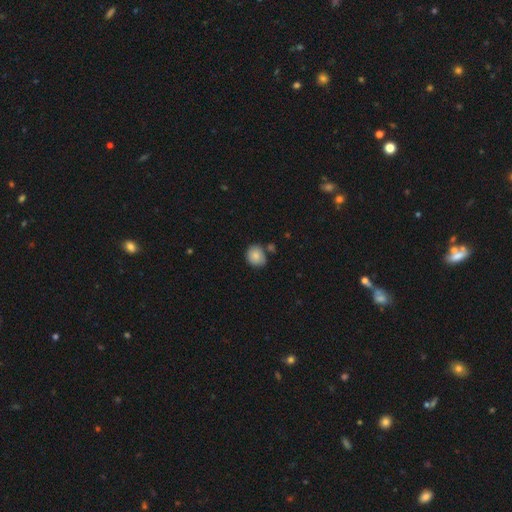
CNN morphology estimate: A smooth galaxy with no disk features (83%) that is round (79%).

Vote fractions:
- Smooth or featured? smooth: 83% / featured or disk: 9% / star or artifact: 8%
- How rounded? round: 79% / in between: 20% / cigar-shaped: 1%
- Merging? none: 71% / minor disturbance: 16% / merger: 10% / major disturbance: 3%